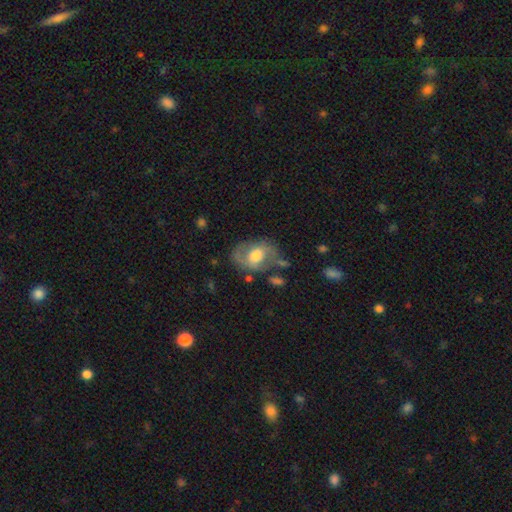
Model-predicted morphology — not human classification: The model was most divided on "smooth or featured": featured or disk: 52%, smooth: 41%, star or artifact: 7%. More confident: edge-on disk — no (94%); merging — none (58%).